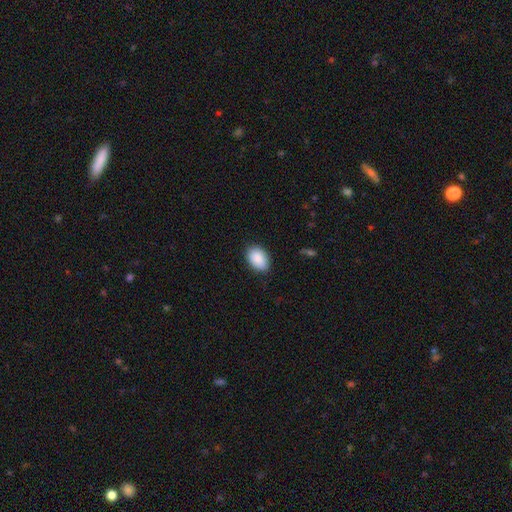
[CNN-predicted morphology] This appears to be a smooth galaxy with no disk features (90%) that is in between round and cigar-shaped (88%). Merging: none (86%).